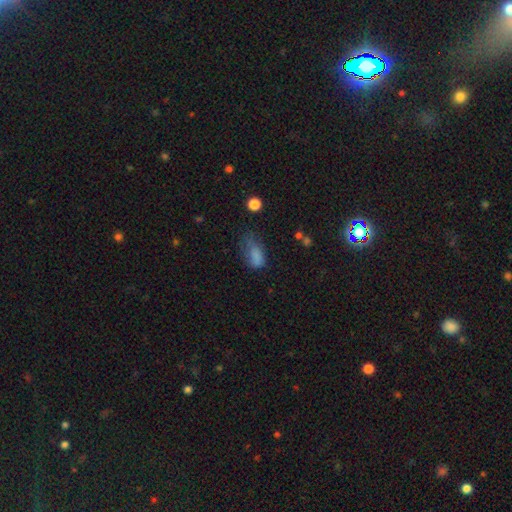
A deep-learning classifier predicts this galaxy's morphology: This is likely a smooth galaxy (75%). How rounded: clearly in between (86%). Merging: marginally major disturbance (37%).